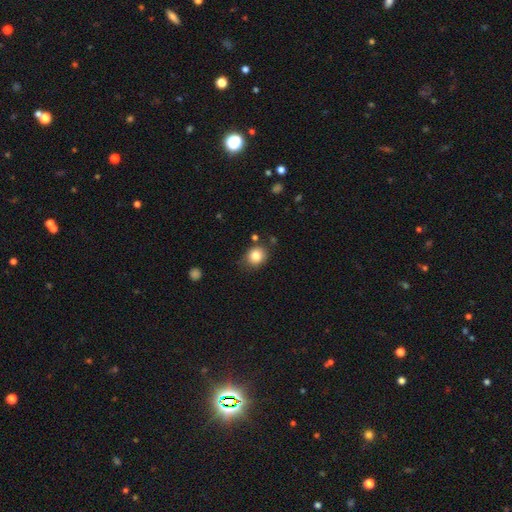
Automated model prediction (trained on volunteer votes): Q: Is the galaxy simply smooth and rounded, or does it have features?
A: smooth — 83%.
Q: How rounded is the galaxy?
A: round — 74%.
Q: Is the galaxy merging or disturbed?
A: none — 78%.